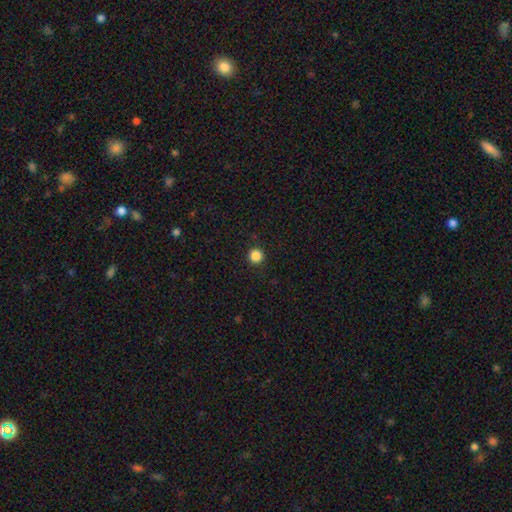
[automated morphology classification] A smooth galaxy with no disk features (86%) that is round (95%).

Vote fractions:
- Smooth or featured? smooth: 86% / star or artifact: 11% / featured or disk: 3%
- How rounded? round: 95% / in between: 4% / cigar-shaped: 1%
- Merging? none: 92% / minor disturbance: 5% / major disturbance: 2% / merger: 1%